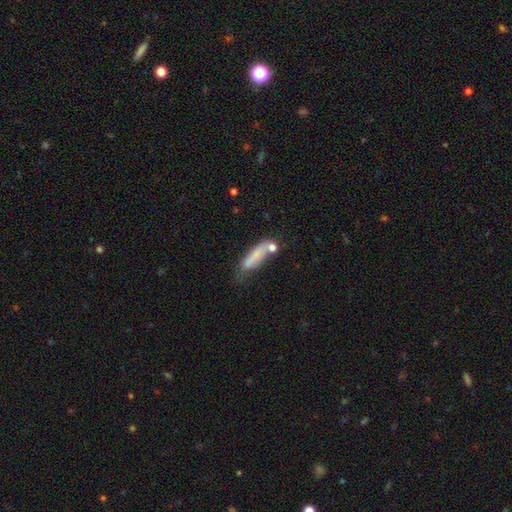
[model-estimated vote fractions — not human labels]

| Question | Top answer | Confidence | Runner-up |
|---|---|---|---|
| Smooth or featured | smooth | 72% | featured or disk (19%) |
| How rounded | cigar-shaped | 68% | in between (29%) |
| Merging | none | 43% | minor disturbance (25%) |